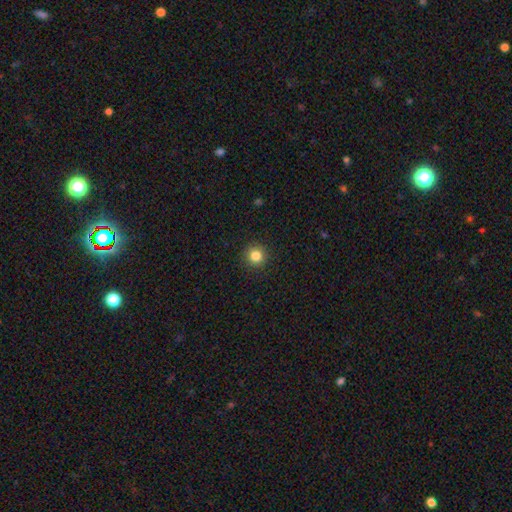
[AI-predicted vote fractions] A smooth galaxy with no disk features (83%) that is round (95%).

Vote fractions:
- Smooth or featured? smooth: 83% / star or artifact: 12% / featured or disk: 5%
- How rounded? round: 95% / in between: 4% / cigar-shaped: 1%
- Merging? none: 93% / minor disturbance: 5% / major disturbance: 2% / merger: 1%